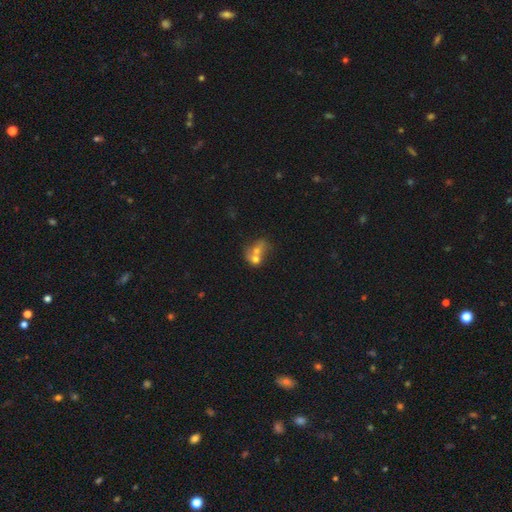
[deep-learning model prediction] The model was most divided on "how rounded": round: 50%, in between: 49%, cigar-shaped: 2%. More confident: merging — merger (71%); smooth or featured — smooth (60%).